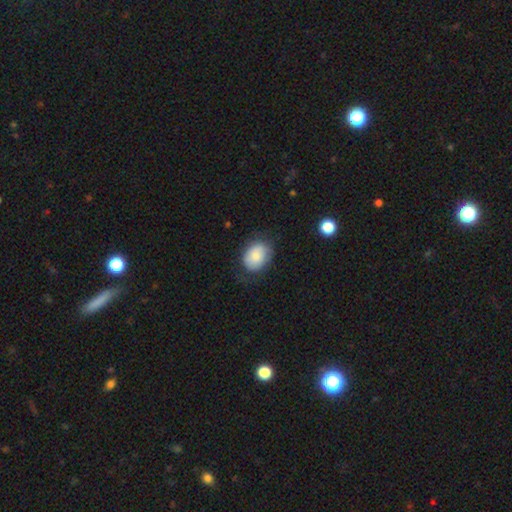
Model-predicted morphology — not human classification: The model was most divided on "how rounded": in between: 63%, round: 36%, cigar-shaped: 1%. More confident: smooth or featured — smooth (79%); merging — none (68%).